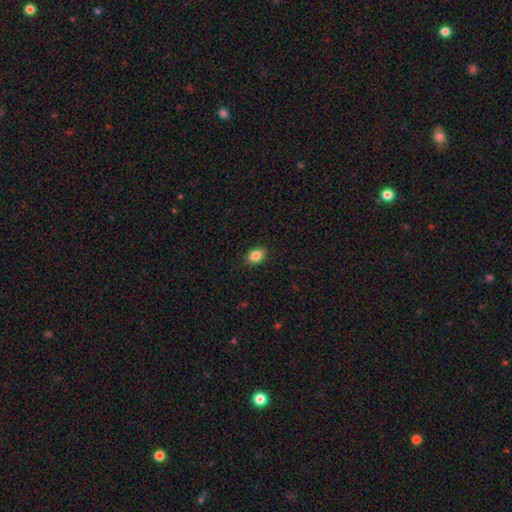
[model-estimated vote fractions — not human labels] A smooth galaxy with no disk features (86%) that is in between round and cigar-shaped (74%).

Vote fractions:
- Smooth or featured? smooth: 86% / star or artifact: 9% / featured or disk: 5%
- How rounded? in between: 74% / round: 25% / cigar-shaped: 1%
- Merging? none: 89% / minor disturbance: 8% / major disturbance: 2% / merger: 1%